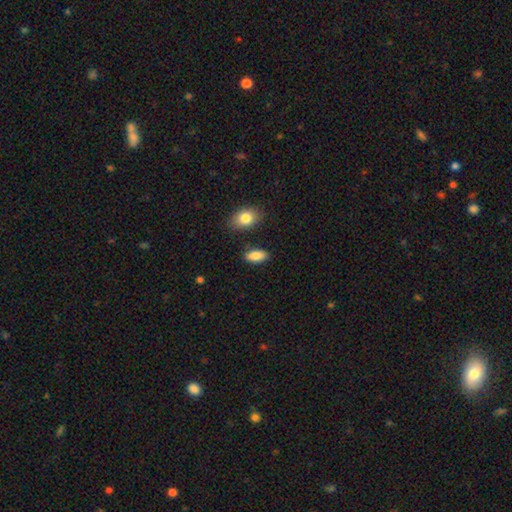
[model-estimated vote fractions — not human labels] This is clearly a smooth galaxy (86%). How rounded: clearly in between (91%). Merging: clearly none (85%).